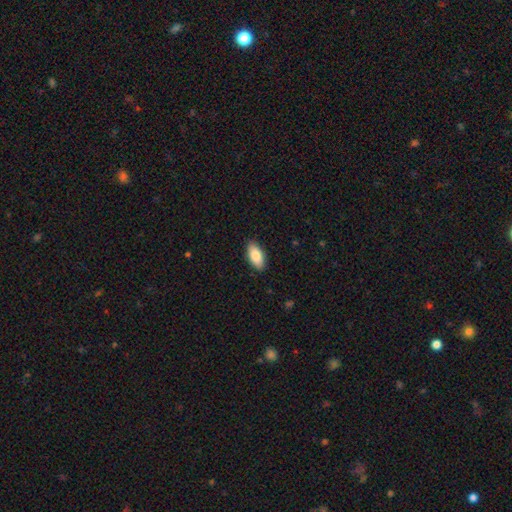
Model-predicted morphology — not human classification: The model was most divided on "smooth or featured": smooth: 85%, featured or disk: 9%, star or artifact: 6%. More confident: how rounded — in between (91%); merging — none (88%).